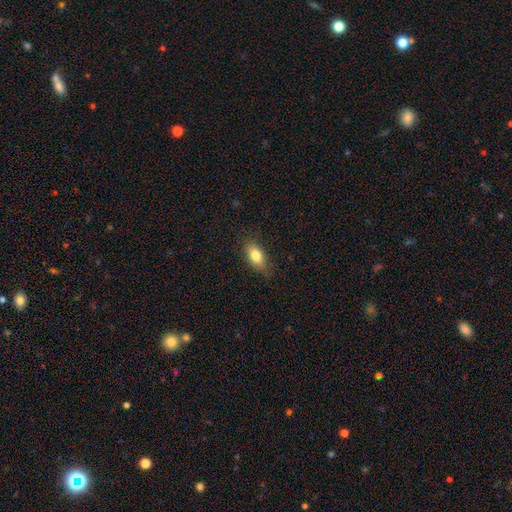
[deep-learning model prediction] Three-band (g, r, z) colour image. It shows a smooth galaxy with no disk features (80%) that is in between round and cigar-shaped (85%). Merging: none (80%).